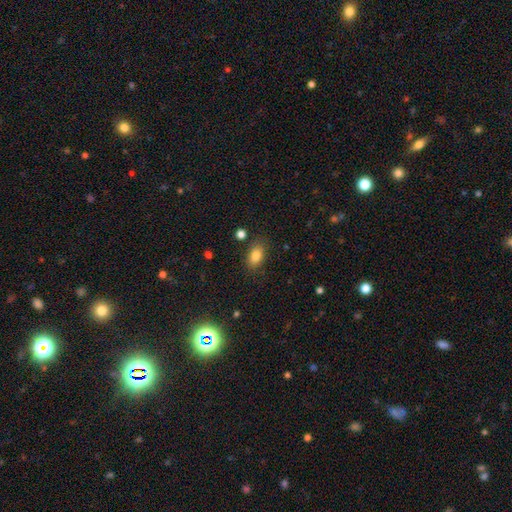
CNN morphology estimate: The model was most divided on "merging": none: 80%, minor disturbance: 13%, major disturbance: 4%, merger: 3%. More confident: how rounded — in between (86%); smooth or featured — smooth (83%).